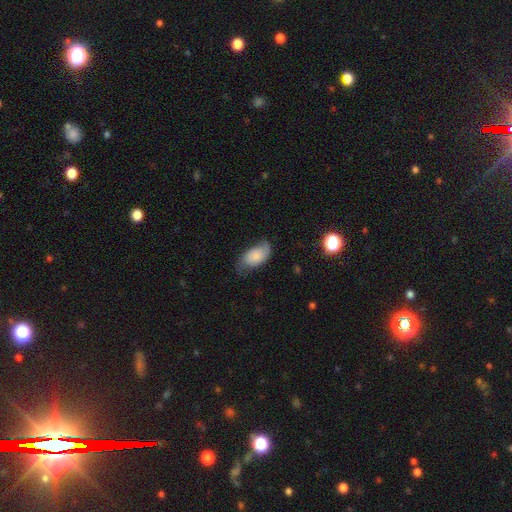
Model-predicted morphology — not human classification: The model was most divided on "merging": none: 54%, minor disturbance: 32%, major disturbance: 12%, merger: 2%. More confident: how rounded — in between (94%); smooth or featured — smooth (66%).